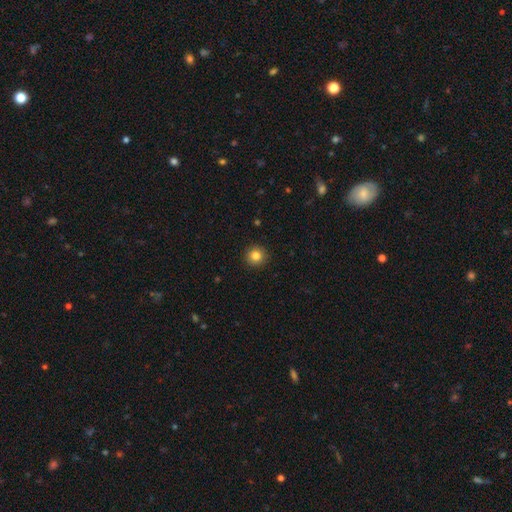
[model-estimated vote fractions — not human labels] A smooth galaxy with no disk features (83%) that is round (94%).

Vote fractions:
- Smooth or featured? smooth: 83% / star or artifact: 11% / featured or disk: 6%
- How rounded? round: 94% / in between: 5% / cigar-shaped: 1%
- Merging? none: 93% / minor disturbance: 5% / major disturbance: 2% / merger: 1%